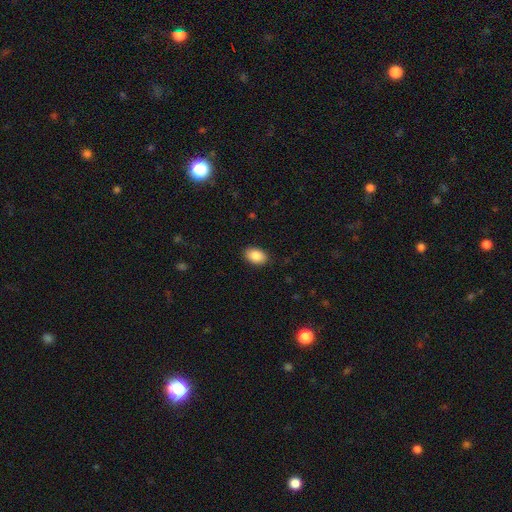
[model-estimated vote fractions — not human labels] Smooth or featured? smooth (88%)
How rounded? in between (88%)
Merging? none (88%)